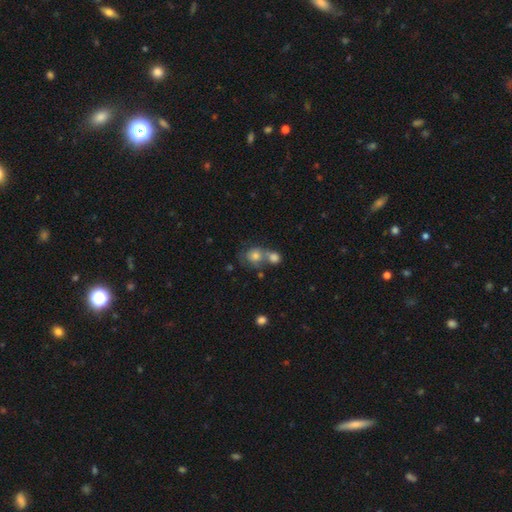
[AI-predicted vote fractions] Smooth or featured: smooth — 68% (featured or disk — 17%)
How rounded: round — 78% (in between — 21%)
Merging: merger — 48% (none — 38%)